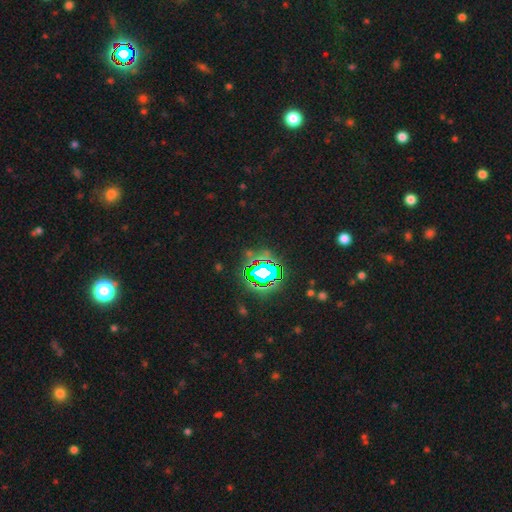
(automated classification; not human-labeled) smooth-or-featured: star or artifact: 81% | smooth: 12% | featured or disk: 7%